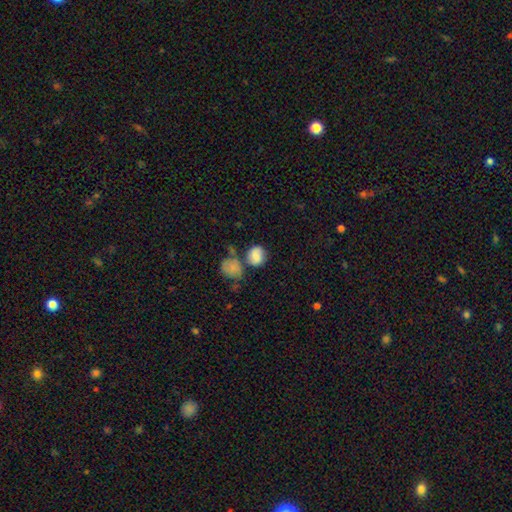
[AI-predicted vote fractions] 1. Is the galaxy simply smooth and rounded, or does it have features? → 75% smooth, 17% featured or disk, 9% star or artifact.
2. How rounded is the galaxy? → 72% round, 26% in between, 1% cigar-shaped.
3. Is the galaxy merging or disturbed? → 48% none, 26% merger, 18% minor disturbance, 8% major disturbance.